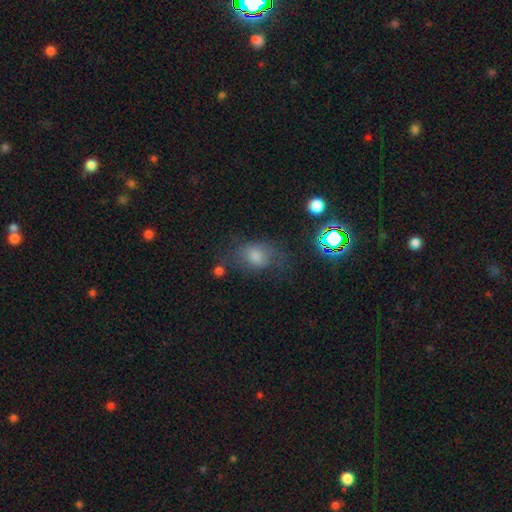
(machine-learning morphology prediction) smooth-or-featured: smooth: 55% | featured or disk: 23% | star or artifact: 22%
  how-rounded: in between: 62% | round: 37% | cigar-shaped: 2%
  merging: none: 51% | minor disturbance: 26% | major disturbance: 20% | merger: 4%